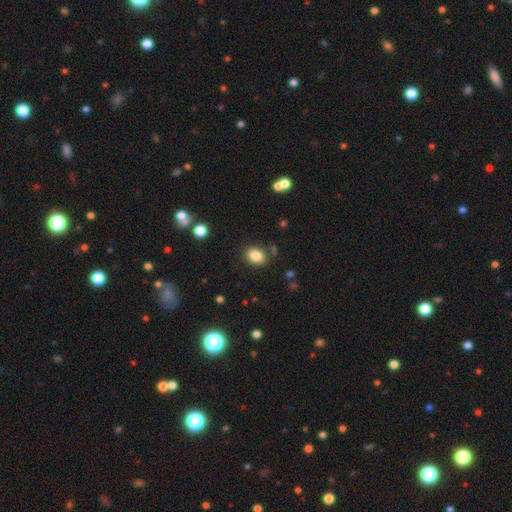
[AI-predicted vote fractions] Smooth or featured? Predicted: smooth (p=0.84). How rounded? Predicted: in between (p=0.55). Merging? Predicted: none (p=0.84).